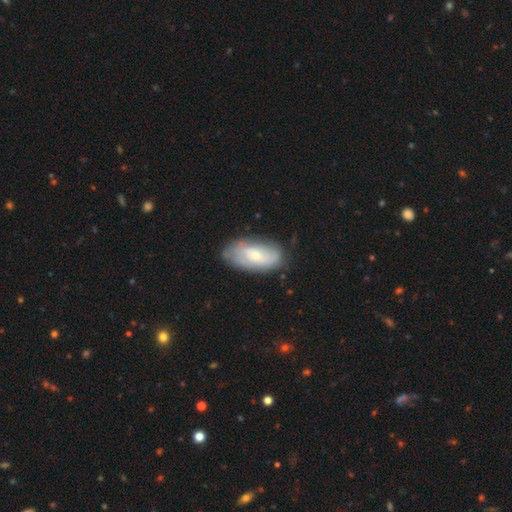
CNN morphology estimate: type=featured or disk (48%); merging=none (69%).